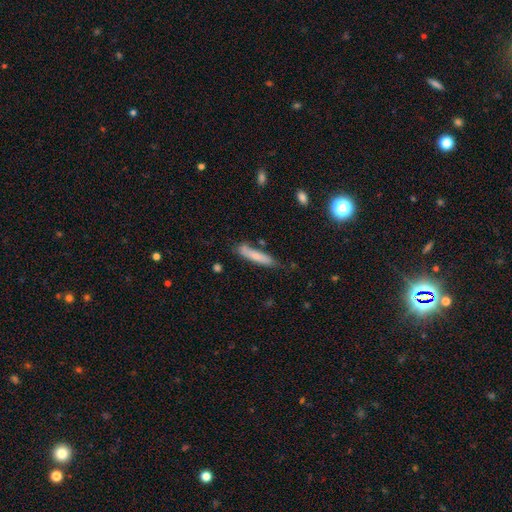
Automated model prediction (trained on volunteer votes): Smooth or featured? smooth (72%)
How rounded? cigar-shaped (88%)
Merging? none (69%)